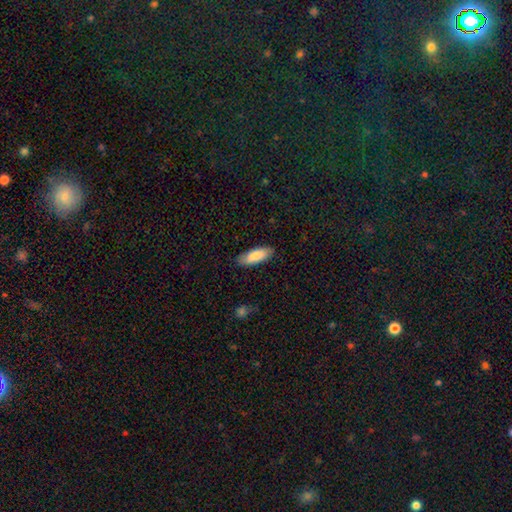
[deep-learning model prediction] Morphology: type=smooth (87%); roundness=in between (70%); merging=none (86%).